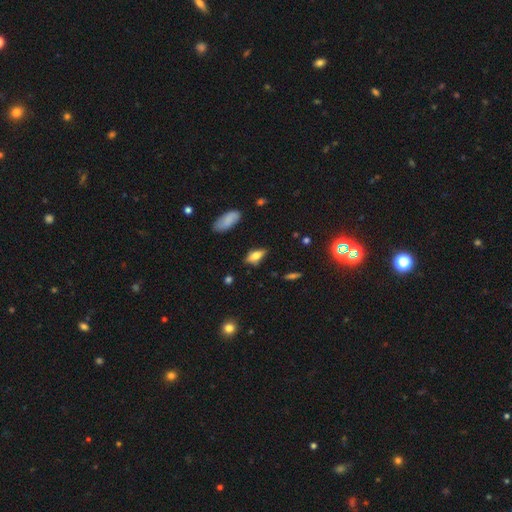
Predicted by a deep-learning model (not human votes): smooth-or-featured: smooth: 67% | featured or disk: 23% | star or artifact: 10%
  how-rounded: in between: 81% | cigar-shaped: 14% | round: 5%
  merging: none: 72% | minor disturbance: 21% | major disturbance: 5% | merger: 2%